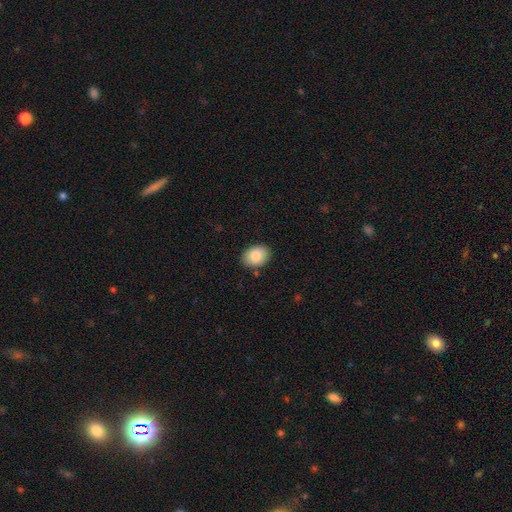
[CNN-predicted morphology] Smooth or featured? smooth (84%)
How rounded? in between (73%)
Merging? none (87%)